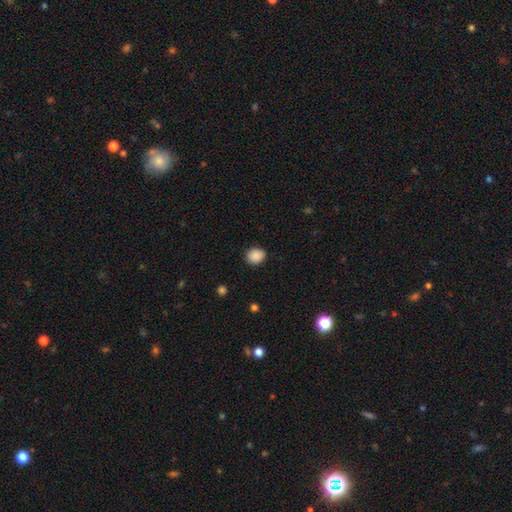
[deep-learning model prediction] This is clearly a smooth galaxy (89%). How rounded: likely round (73%). Merging: clearly none (88%).